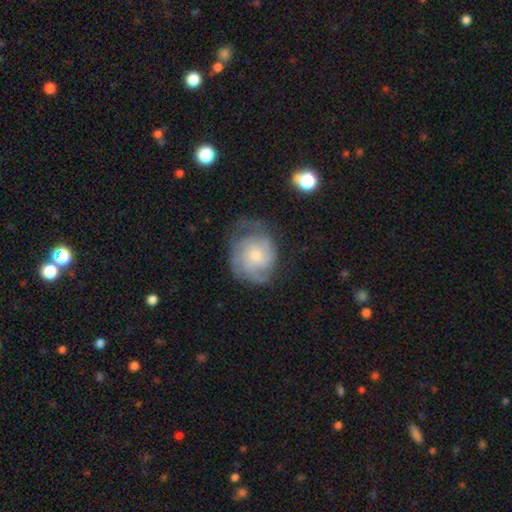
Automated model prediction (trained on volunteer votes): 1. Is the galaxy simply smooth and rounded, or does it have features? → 62% featured or disk, 31% smooth, 7% star or artifact.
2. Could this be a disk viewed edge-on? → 97% no, 3% yes.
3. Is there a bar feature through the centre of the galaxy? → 76% no, 21% weak, 3% strong.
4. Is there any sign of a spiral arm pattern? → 84% yes, 16% no.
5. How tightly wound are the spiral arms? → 53% tight, 34% medium, 13% loose.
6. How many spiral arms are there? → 43% can't tell, 22% 2, 18% 3, 7% 4, 5% 1, 4% more than 4.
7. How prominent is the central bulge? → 51% small, 39% moderate, 5% large, 4% none, 1% dominant.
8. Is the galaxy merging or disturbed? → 52% none, 27% minor disturbance, 19% major disturbance, 2% merger.